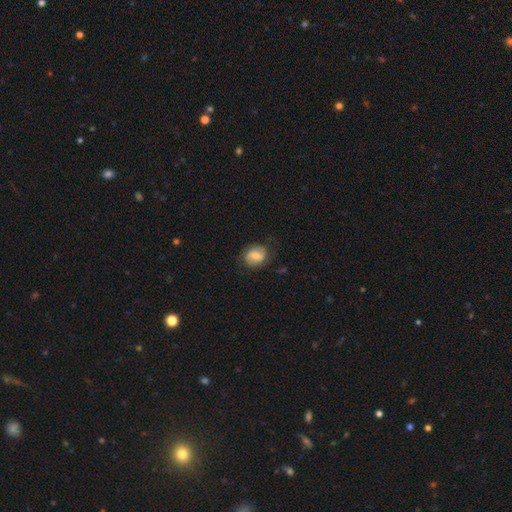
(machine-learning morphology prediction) A smooth galaxy with no disk features (51%) that is round (54%).

Vote fractions:
- Smooth or featured? smooth: 51% / featured or disk: 41% / star or artifact: 8%
- How rounded? round: 54% / in between: 45% / cigar-shaped: 1%
- Merging? none: 74% / minor disturbance: 18% / major disturbance: 6% / merger: 1%